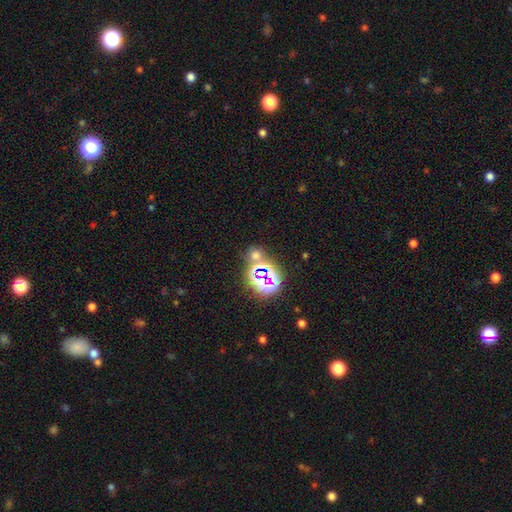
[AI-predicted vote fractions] Smooth or featured: star or artifact — 52% (smooth — 41%)